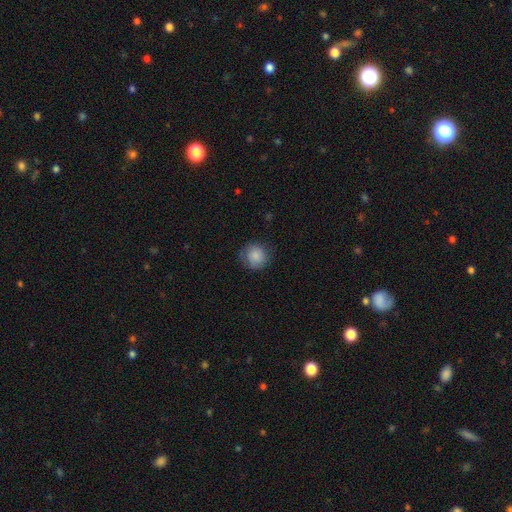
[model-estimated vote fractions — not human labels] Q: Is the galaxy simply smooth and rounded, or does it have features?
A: smooth — 86%.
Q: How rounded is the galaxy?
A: round — 91%.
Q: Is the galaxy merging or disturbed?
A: none — 81%.